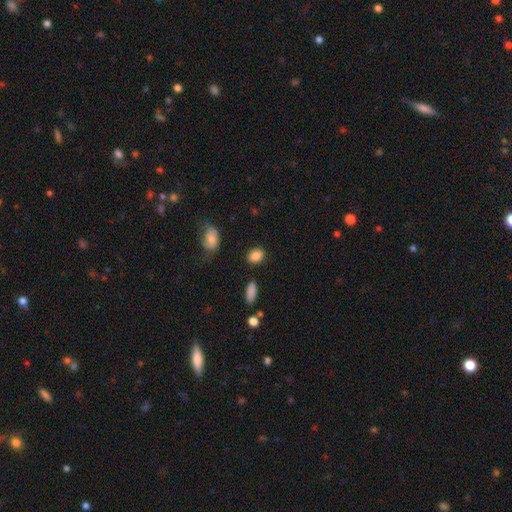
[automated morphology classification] Smooth or featured? smooth (87%)
How rounded? in between (68%)
Merging? none (84%)